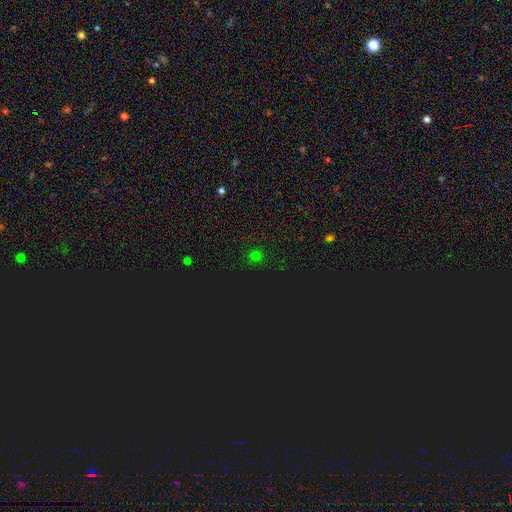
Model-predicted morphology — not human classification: A smooth galaxy with no disk features (62%) that is round (94%).

Vote fractions:
- Smooth or featured? smooth: 62% / star or artifact: 34% / featured or disk: 5%
- How rounded? round: 94% / in between: 5% / cigar-shaped: 1%
- Merging? none: 91% / minor disturbance: 6% / major disturbance: 2% / merger: 1%